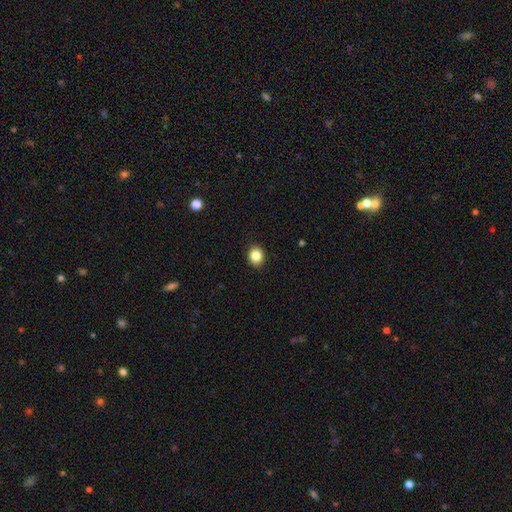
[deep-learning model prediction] Overall: smooth (85%). How rounded: round (63%; in between 36%). Merging: none (91%).